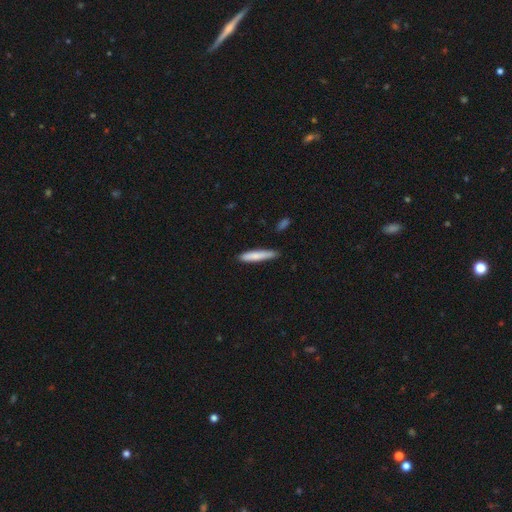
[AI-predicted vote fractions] Smooth or featured: smooth — 79% (featured or disk — 15%)
How rounded: cigar-shaped — 90% (in between — 9%)
Merging: none — 82% (minor disturbance — 14%)